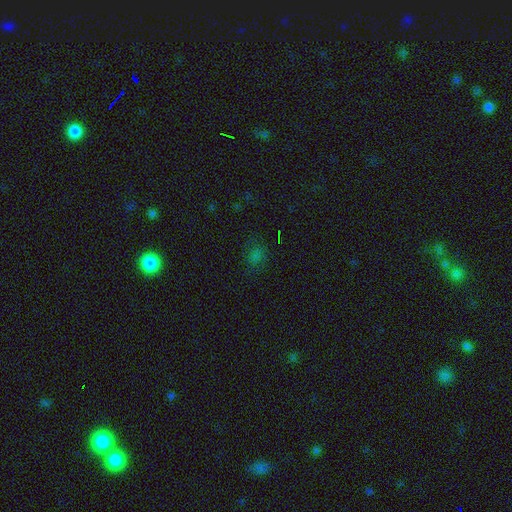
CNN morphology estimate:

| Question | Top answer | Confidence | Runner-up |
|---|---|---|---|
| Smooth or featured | smooth | 60% | star or artifact (31%) |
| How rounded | in between | 56% | round (42%) |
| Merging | none | 74% | minor disturbance (17%) |